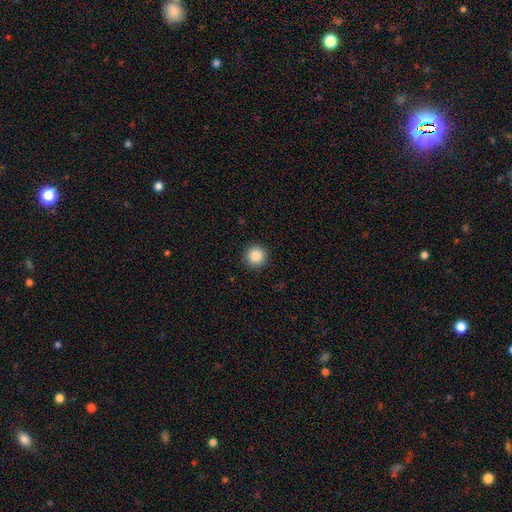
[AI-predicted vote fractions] Smooth or featured? Predicted: smooth (p=0.86). How rounded? Predicted: round (p=0.96). Merging? Predicted: none (p=0.93).